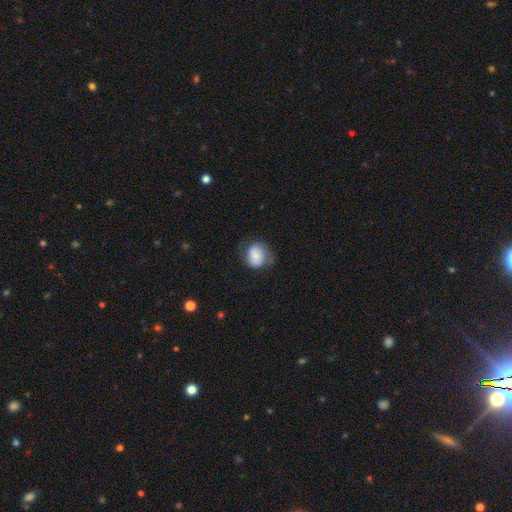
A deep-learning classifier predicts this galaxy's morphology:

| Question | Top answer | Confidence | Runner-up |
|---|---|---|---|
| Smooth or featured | smooth | 72% | featured or disk (20%) |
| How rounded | round | 64% | in between (35%) |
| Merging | none | 60% | minor disturbance (27%) |